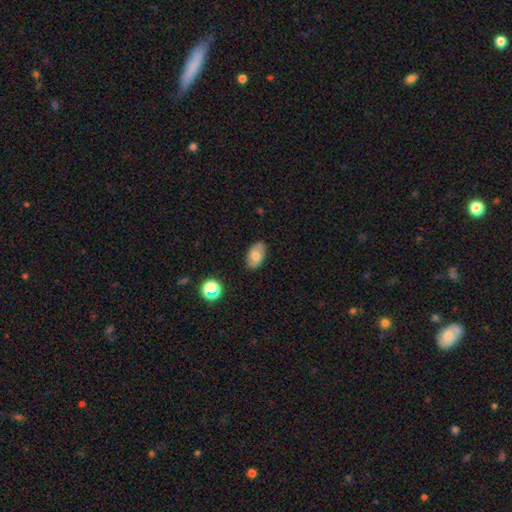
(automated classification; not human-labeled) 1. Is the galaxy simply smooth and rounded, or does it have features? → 67% smooth, 24% featured or disk, 9% star or artifact.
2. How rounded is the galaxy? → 91% in between, 7% round, 1% cigar-shaped.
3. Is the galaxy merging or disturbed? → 86% none, 11% minor disturbance, 2% major disturbance, 1% merger.